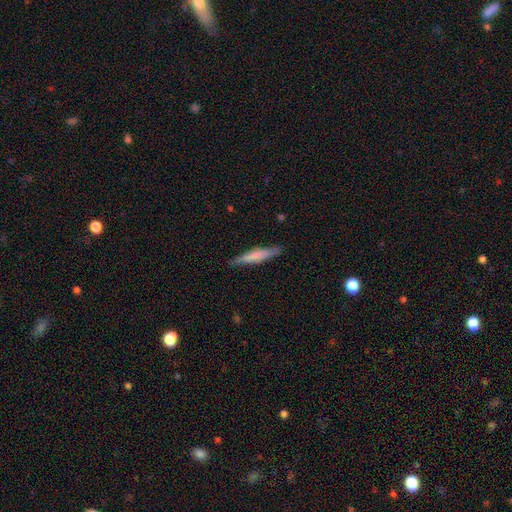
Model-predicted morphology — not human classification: Smooth or featured?
  - smooth: 55% *
  - featured or disk: 39%
  - star or artifact: 6%
How rounded?
  - cigar-shaped: 92% *
  - in between: 7%
  - round: 1%
Merging?
  - none: 85% *
  - minor disturbance: 11%
  - major disturbance: 2%
  - merger: 1%